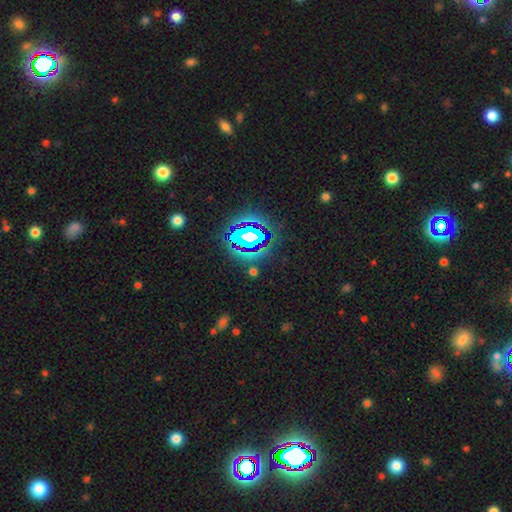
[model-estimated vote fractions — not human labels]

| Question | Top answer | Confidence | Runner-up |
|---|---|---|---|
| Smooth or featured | star or artifact | 83% | smooth (10%) |